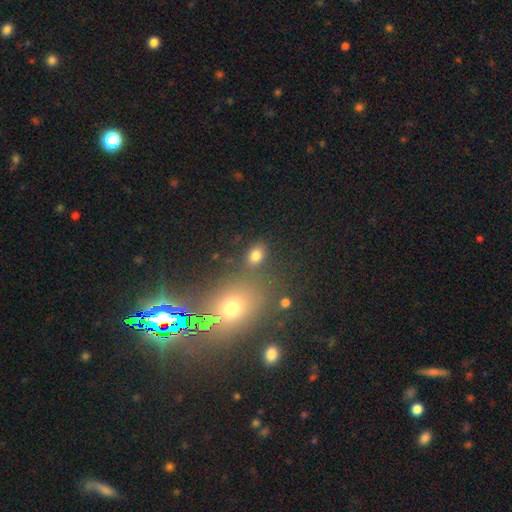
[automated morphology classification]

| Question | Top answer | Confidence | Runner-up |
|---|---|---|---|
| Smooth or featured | smooth | 79% | star or artifact (14%) |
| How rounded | in between | 68% | round (30%) |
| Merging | none | 76% | minor disturbance (10%) |